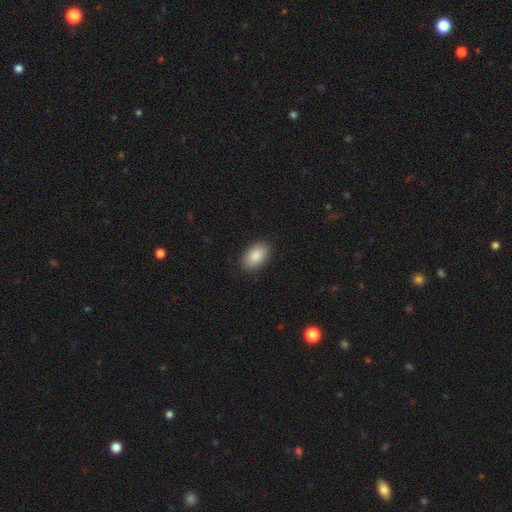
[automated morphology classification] Smooth or featured?
  - smooth: 88% *
  - star or artifact: 7%
  - featured or disk: 6%
How rounded?
  - in between: 93% *
  - round: 6%
  - cigar-shaped: 1%
Merging?
  - none: 88% *
  - minor disturbance: 9%
  - major disturbance: 2%
  - merger: 1%